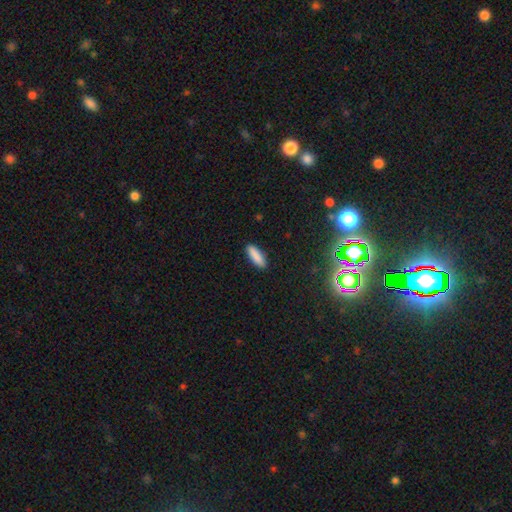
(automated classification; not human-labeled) A smooth galaxy with no disk features (88%) that is in between round and cigar-shaped (51%).

Vote fractions:
- Smooth or featured? smooth: 88% / star or artifact: 7% / featured or disk: 5%
- How rounded? in between: 51% / cigar-shaped: 48% / round: 2%
- Merging? none: 89% / minor disturbance: 8% / major disturbance: 2% / merger: 1%